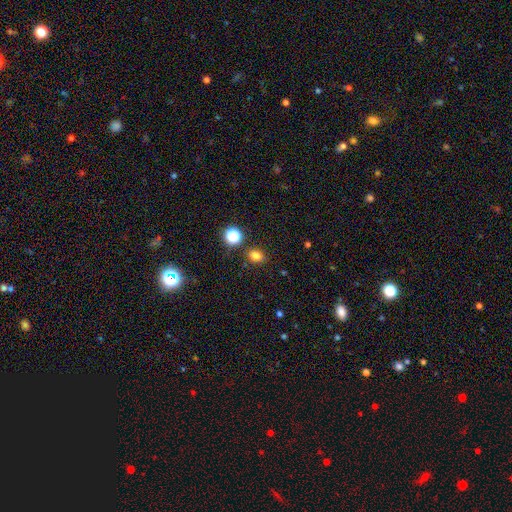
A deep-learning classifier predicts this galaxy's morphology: Smooth or featured?
  - smooth: 78% *
  - star or artifact: 17%
  - featured or disk: 6%
How rounded?
  - in between: 52% *
  - round: 46%
  - cigar-shaped: 1%
Merging?
  - none: 85% *
  - minor disturbance: 9%
  - merger: 4%
  - major disturbance: 3%